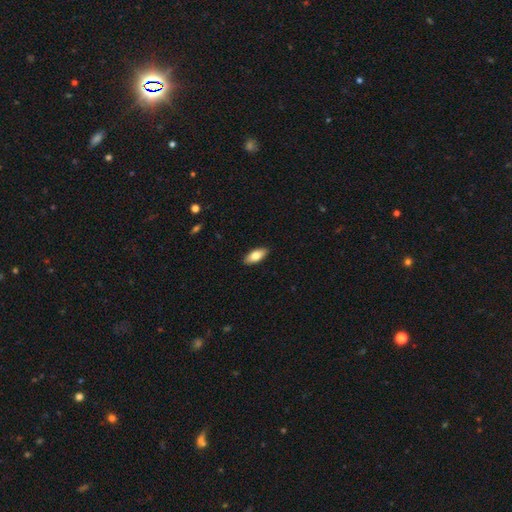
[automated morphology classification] Overall: smooth (79%). How rounded: in between (86%). Merging: none (90%).